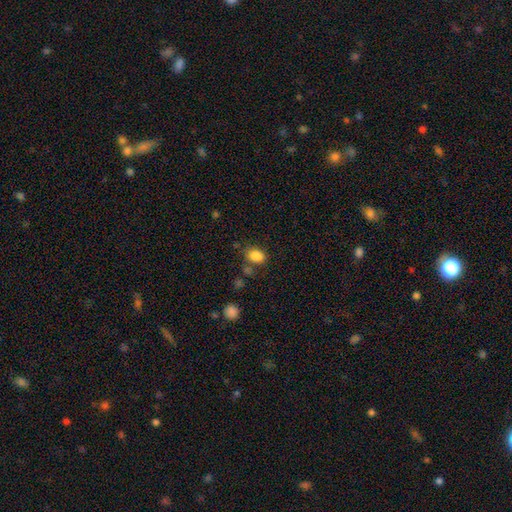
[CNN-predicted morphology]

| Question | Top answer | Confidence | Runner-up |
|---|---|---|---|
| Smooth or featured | smooth | 85% | star or artifact (10%) |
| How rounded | in between | 73% | round (26%) |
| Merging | none | 69% | minor disturbance (16%) |